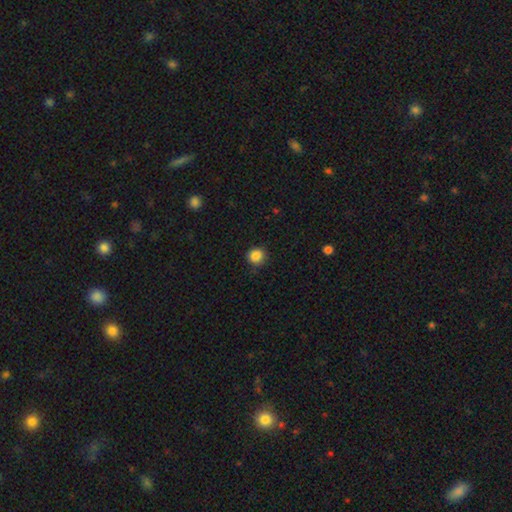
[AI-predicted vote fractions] Smooth or featured? Predicted: smooth (p=0.86). How rounded? Predicted: round (p=0.92). Merging? Predicted: none (p=0.88).